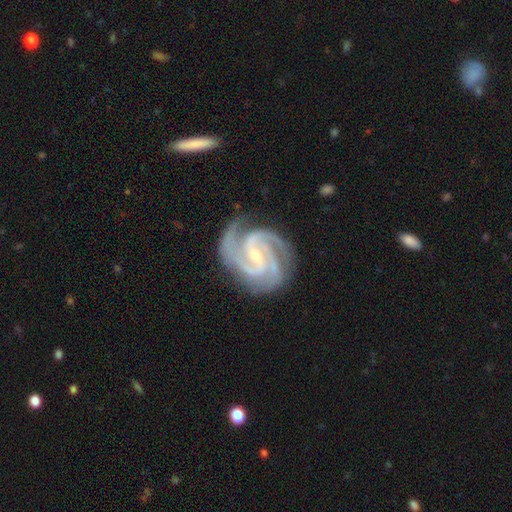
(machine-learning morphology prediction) Smooth or featured? Predicted: featured or disk (p=0.94). Edge-on disk? Predicted: no (p=0.98). Bar? Predicted: weak (p=0.43). Spiral arms? Predicted: yes (p=0.99). Spiral winding? Predicted: tight (p=0.53). Spiral arm count? Predicted: 3 (p=0.58). Bulge size? Predicted: small (p=0.67). Merging? Predicted: none (p=0.77).